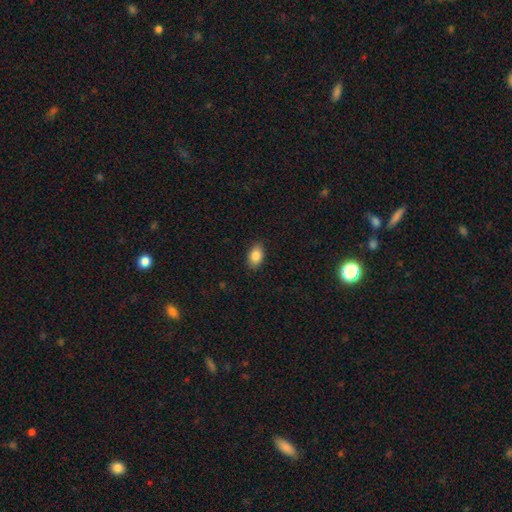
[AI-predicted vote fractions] This appears to be a smooth galaxy with no disk features (85%) that is in between round and cigar-shaped (89%). Merging: none (88%).